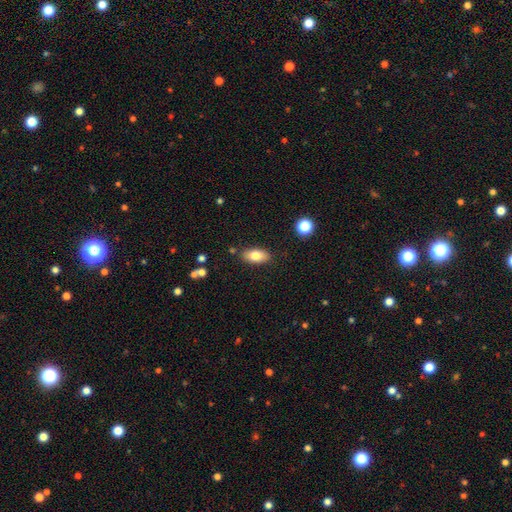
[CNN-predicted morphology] This is likely a smooth galaxy (78%). How rounded: clearly in between (89%). Merging: clearly none (84%).